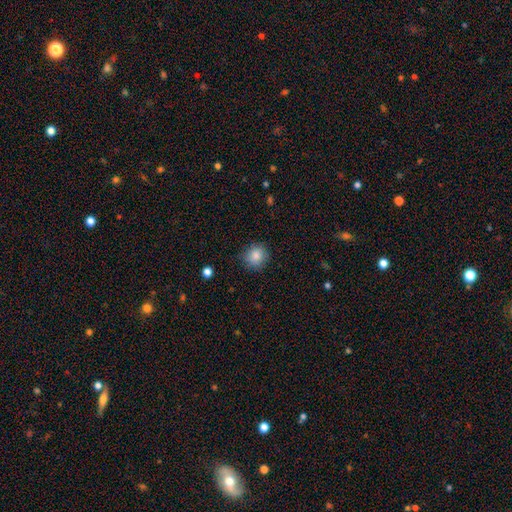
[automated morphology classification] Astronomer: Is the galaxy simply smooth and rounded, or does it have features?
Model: smooth — 85%.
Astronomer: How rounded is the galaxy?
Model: round — 89%.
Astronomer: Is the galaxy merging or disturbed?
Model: none — 85%.